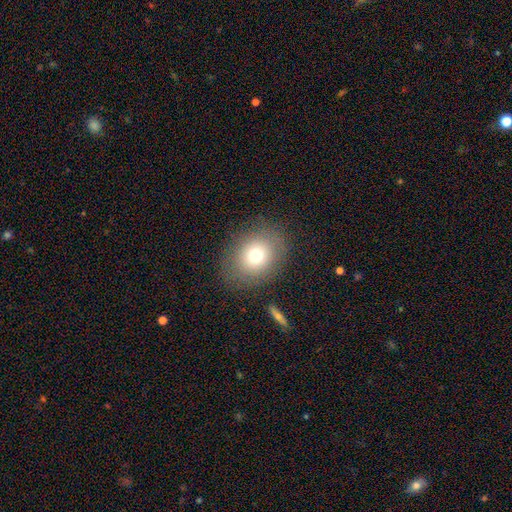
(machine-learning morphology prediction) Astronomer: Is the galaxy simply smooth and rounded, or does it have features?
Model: smooth — 73%.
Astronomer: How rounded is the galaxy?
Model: round — 52% (runner-up: in between, 48%).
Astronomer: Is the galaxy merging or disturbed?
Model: none — 81%.